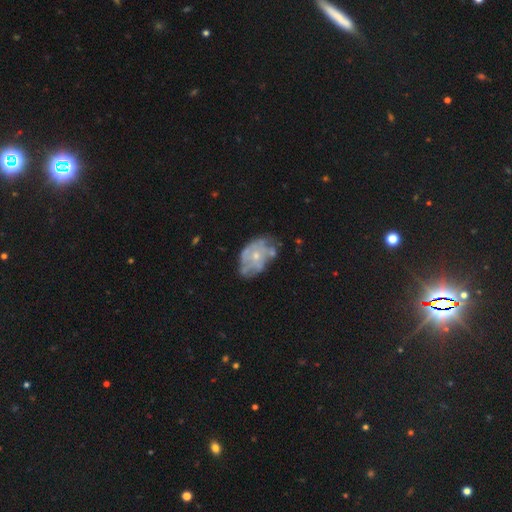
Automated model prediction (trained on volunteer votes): The model was most divided on "merging": none: 49%, minor disturbance: 29%, major disturbance: 15%, merger: 7%. More confident: edge-on disk — no (97%); bar — no (87%); smooth or featured — featured or disk (65%); spiral arms — no (62%); bulge size — small (62%).